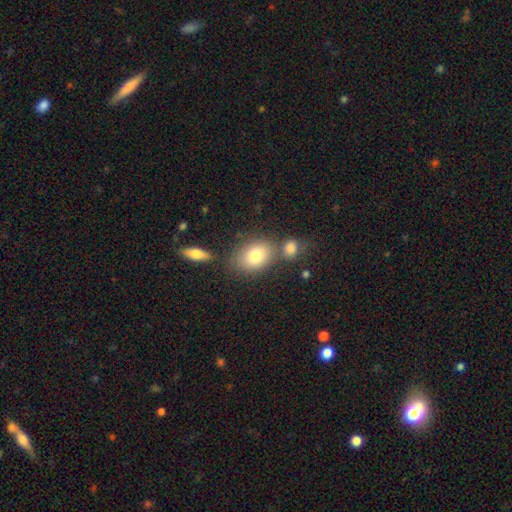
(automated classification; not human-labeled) Smooth or featured: smooth — 78% (featured or disk — 13%)
How rounded: in between — 72% (round — 27%)
Merging: none — 61% (merger — 21%)